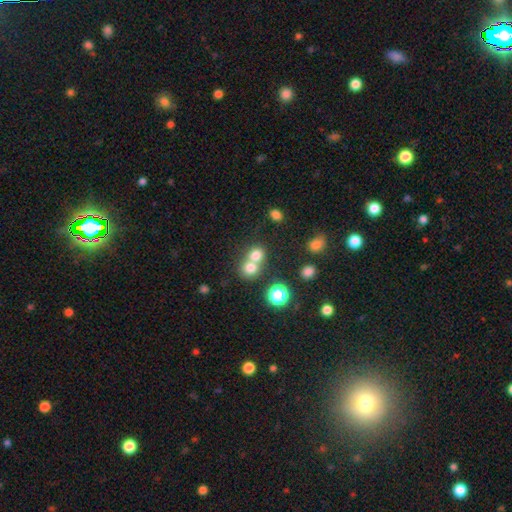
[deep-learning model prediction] smooth_or_featured: smooth (p=0.75) [alt: star or artifact p=0.14]
how_rounded: round (p=0.80) [alt: in between p=0.19]
merging: merger (p=0.55) [alt: none p=0.37]